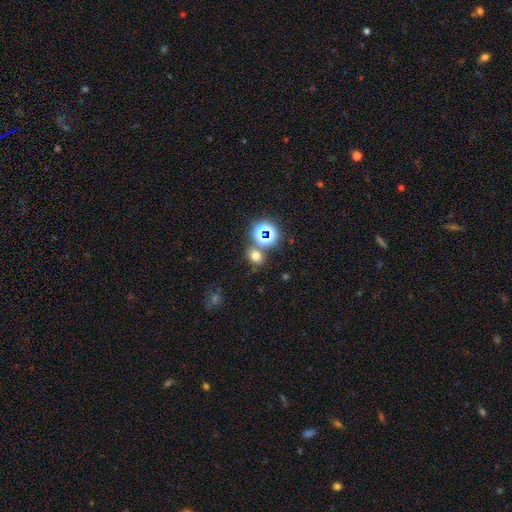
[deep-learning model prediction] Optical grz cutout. It shows a smooth galaxy with no disk features (64%) that is round (64%). Merging: none (70%).